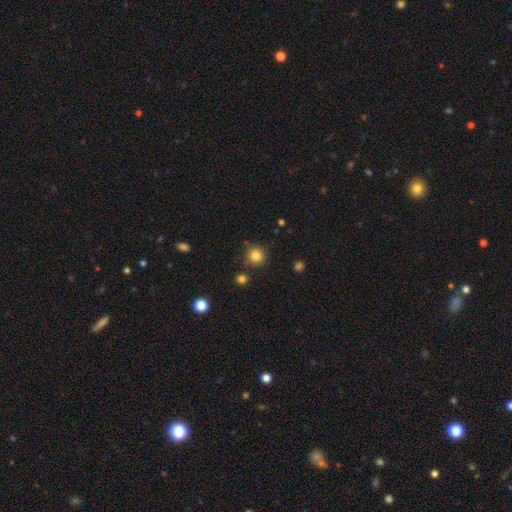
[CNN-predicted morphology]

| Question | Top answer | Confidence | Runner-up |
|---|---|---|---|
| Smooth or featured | smooth | 82% | star or artifact (12%) |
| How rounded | round | 94% | in between (5%) |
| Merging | none | 84% | minor disturbance (8%) |